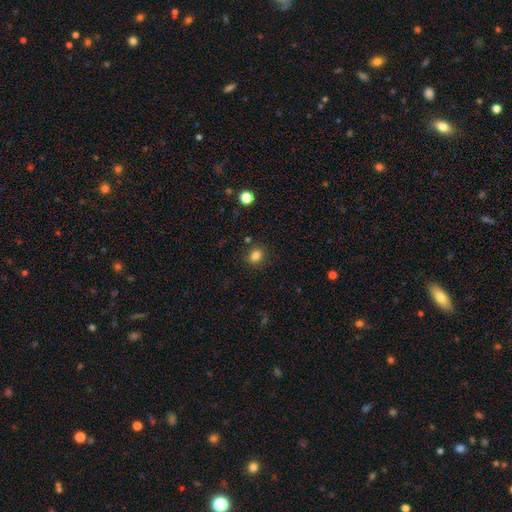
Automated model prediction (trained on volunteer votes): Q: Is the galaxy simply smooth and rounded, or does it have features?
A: smooth — 83%.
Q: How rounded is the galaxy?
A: round — 53%.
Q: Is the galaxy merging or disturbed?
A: none — 83%.